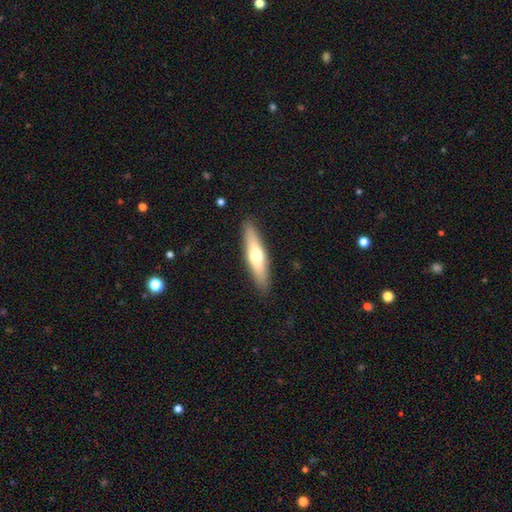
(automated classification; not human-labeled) This appears to be a smooth galaxy with no disk features (53%) that is cigar-shaped (76%). Merging: none (89%).